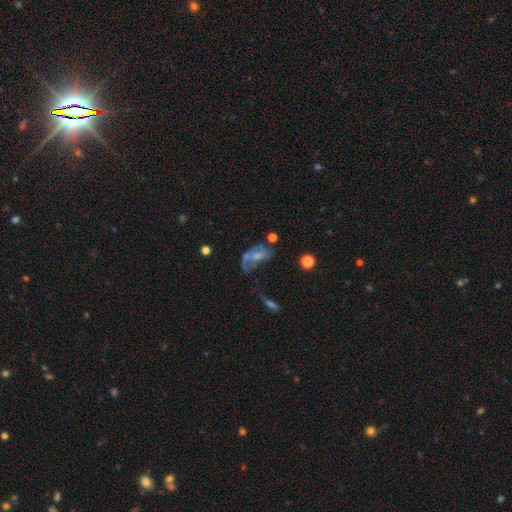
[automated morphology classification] A featured or disk galaxy (55%) with no bar (68%), spiral arms (51%) and a small central bulge (42%). Merging: major disturbance (42%).